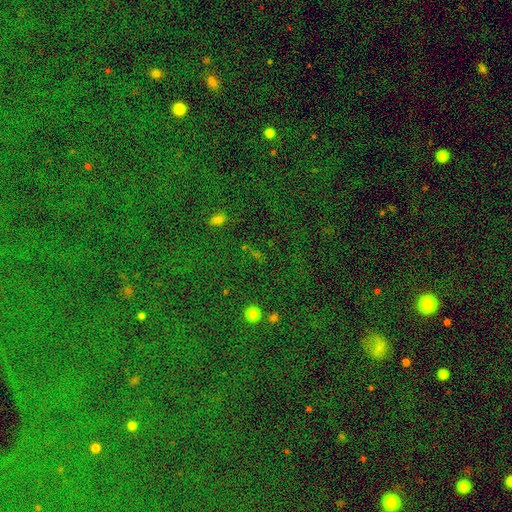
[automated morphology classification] A star or artifact, not a galaxy (72%).